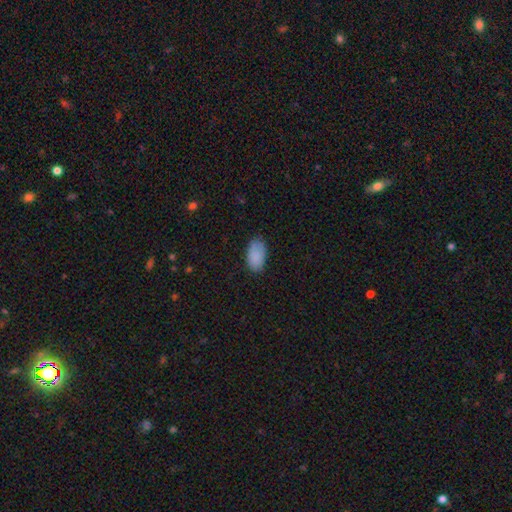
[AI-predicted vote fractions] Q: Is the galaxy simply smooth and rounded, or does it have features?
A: smooth — 88%.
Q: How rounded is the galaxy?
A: in between — 95%.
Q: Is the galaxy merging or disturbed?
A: none — 77%.